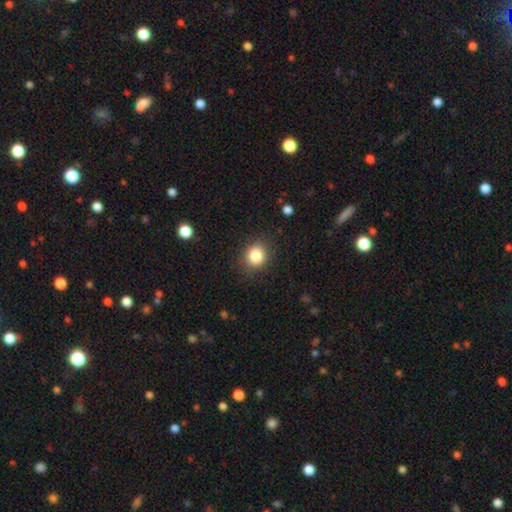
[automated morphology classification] Smooth or featured? Predicted: smooth (p=0.84). How rounded? Predicted: round (p=0.73). Merging? Predicted: none (p=0.85).